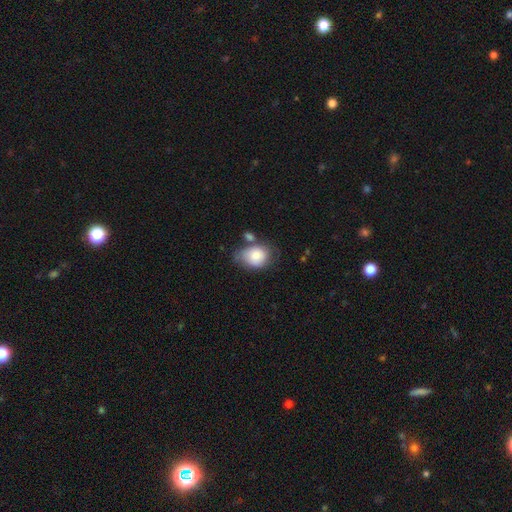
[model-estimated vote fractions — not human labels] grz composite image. It shows a smooth galaxy with no disk features (81%) that is in between round and cigar-shaped (65%). Merging: none (42%).